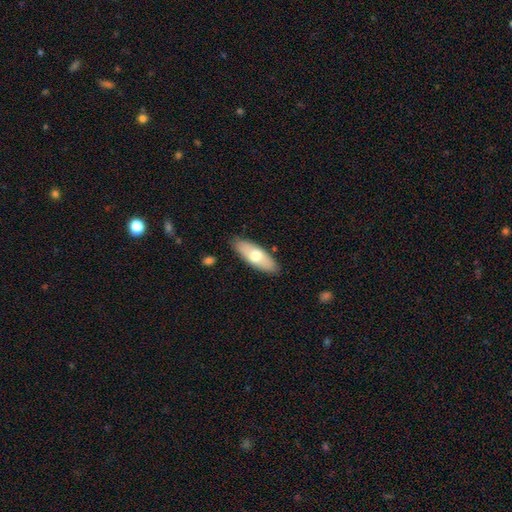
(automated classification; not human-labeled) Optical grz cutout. It shows a smooth galaxy with no disk features (65%) that is in between round and cigar-shaped (71%). Merging: none (86%).